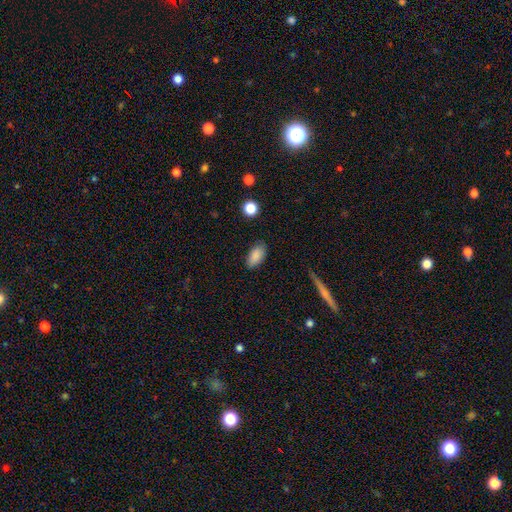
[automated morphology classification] Smooth or featured? smooth (87%)
How rounded? in between (92%)
Merging? none (80%)